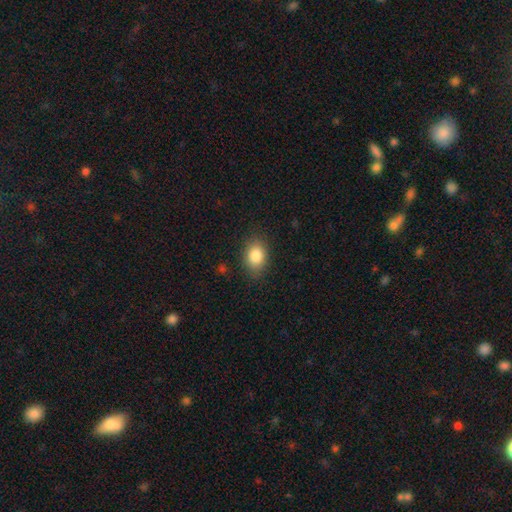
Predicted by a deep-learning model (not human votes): smooth-or-featured: smooth: 85% | star or artifact: 9% | featured or disk: 7%
  how-rounded: in between: 75% | round: 24% | cigar-shaped: 1%
  merging: none: 84% | minor disturbance: 11% | major disturbance: 3% | merger: 1%